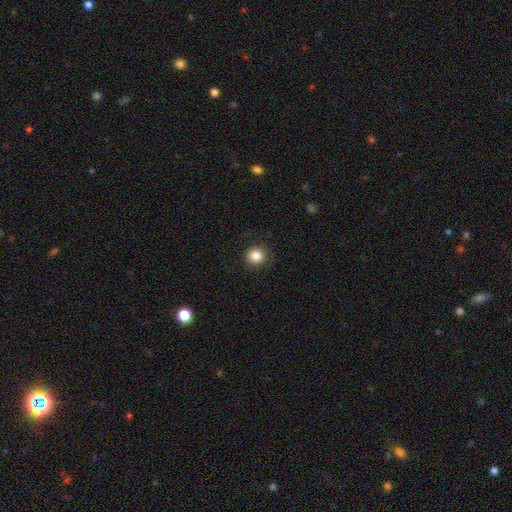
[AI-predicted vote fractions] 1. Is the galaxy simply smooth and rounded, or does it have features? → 85% smooth, 10% star or artifact, 5% featured or disk.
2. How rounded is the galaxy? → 92% round, 7% in between, 1% cigar-shaped.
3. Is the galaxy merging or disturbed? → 89% none, 7% minor disturbance, 3% major disturbance, 1% merger.